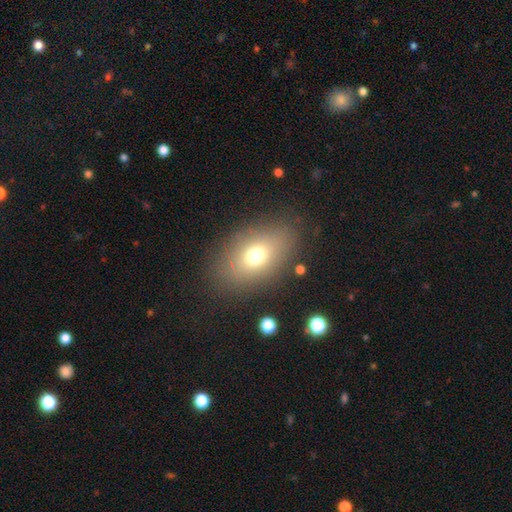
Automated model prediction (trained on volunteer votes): This is likely a smooth galaxy (70%). How rounded: likely in between (79%). Merging: clearly none (82%).